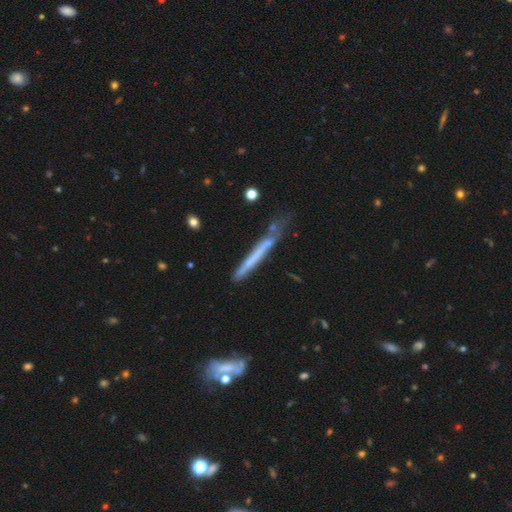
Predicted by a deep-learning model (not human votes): This is possibly a smooth galaxy (47%). Merging: likely none (62%).